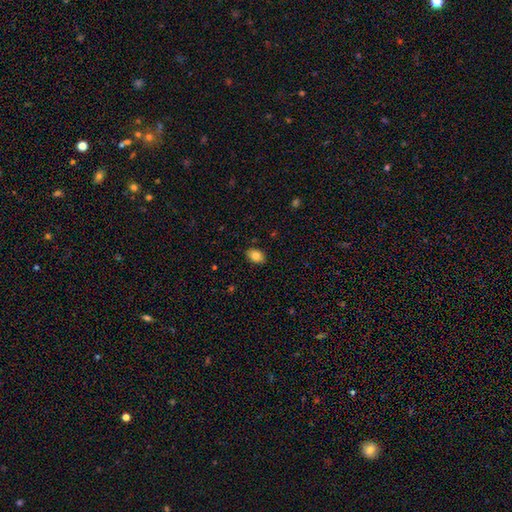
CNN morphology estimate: Q: Smooth or featured?
A: smooth (84%); runner-up: star or artifact (8%)
Q: How rounded?
A: in between (83%); runner-up: round (16%)
Q: Merging?
A: none (88%); runner-up: minor disturbance (9%)